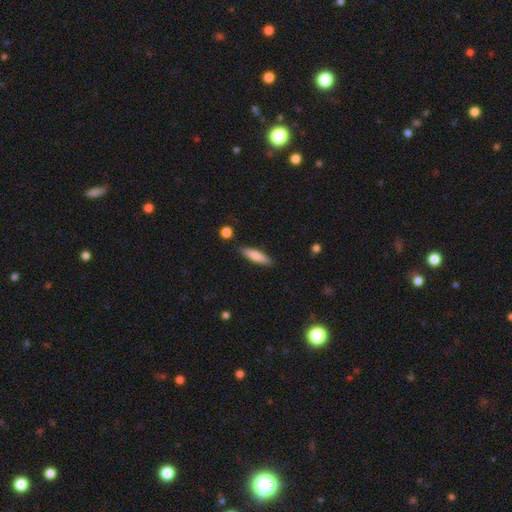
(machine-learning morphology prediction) Smooth or featured?
  - smooth: 76% *
  - featured or disk: 17%
  - star or artifact: 6%
How rounded?
  - cigar-shaped: 74% *
  - in between: 25%
  - round: 2%
Merging?
  - none: 86% *
  - minor disturbance: 10%
  - merger: 2%
  - major disturbance: 2%